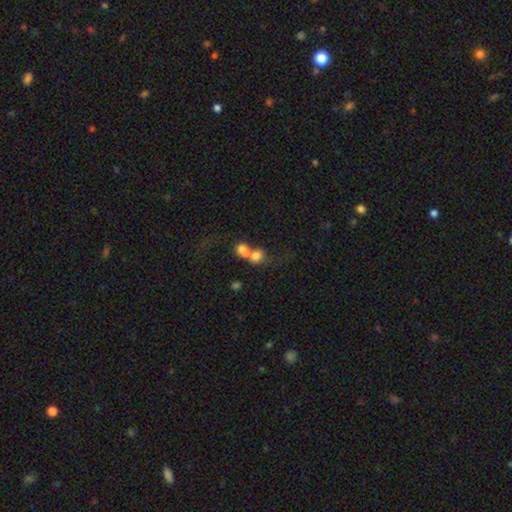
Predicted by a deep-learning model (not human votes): A smooth galaxy with no disk features (74%) that is round (56%).

Vote fractions:
- Smooth or featured? smooth: 74% / featured or disk: 16% / star or artifact: 11%
- How rounded? round: 56% / in between: 42% / cigar-shaped: 2%
- Merging? merger: 69% / none: 18% / major disturbance: 6% / minor disturbance: 6%